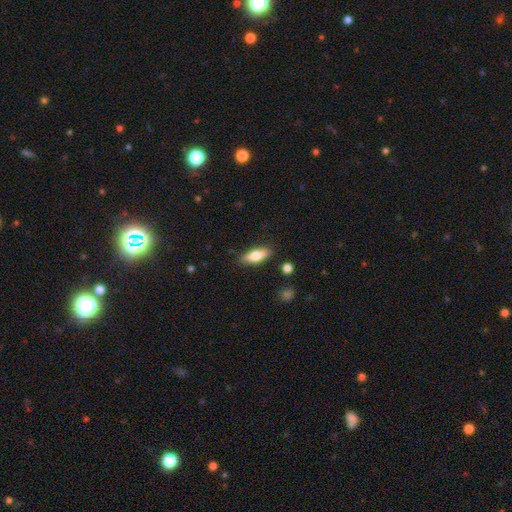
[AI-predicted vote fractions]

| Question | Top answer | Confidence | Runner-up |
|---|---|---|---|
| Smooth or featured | smooth | 72% | featured or disk (22%) |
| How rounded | in between | 67% | cigar-shaped (31%) |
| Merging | none | 84% | minor disturbance (11%) |